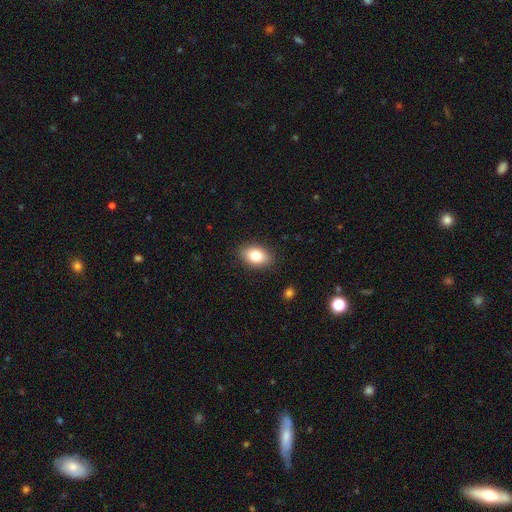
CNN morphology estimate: smooth-or-featured: smooth: 82% | featured or disk: 10% | star or artifact: 8%
  how-rounded: in between: 87% | round: 12% | cigar-shaped: 2%
  merging: none: 87% | minor disturbance: 9% | major disturbance: 2% | merger: 1%